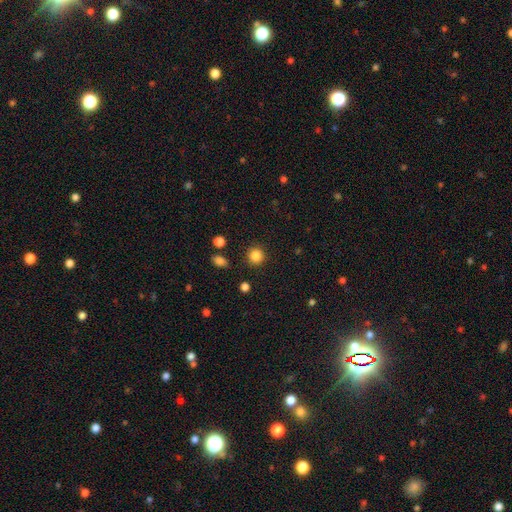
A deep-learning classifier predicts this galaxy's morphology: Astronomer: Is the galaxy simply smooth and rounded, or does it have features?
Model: smooth — 85%.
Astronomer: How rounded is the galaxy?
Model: round — 93%.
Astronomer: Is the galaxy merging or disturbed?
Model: none — 90%.